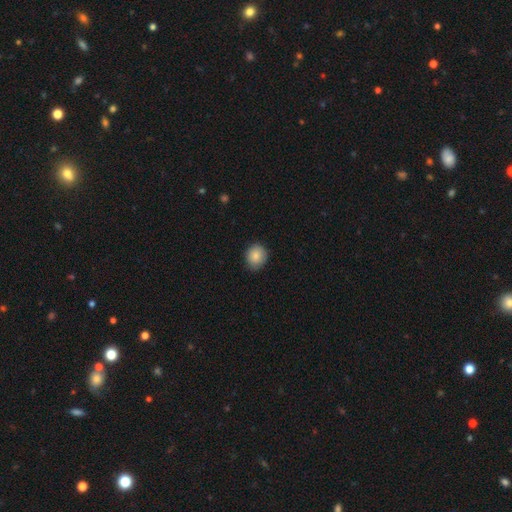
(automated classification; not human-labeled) smooth-or-featured: smooth: 86% | star or artifact: 8% | featured or disk: 6%
  how-rounded: round: 72% | in between: 27% | cigar-shaped: 1%
  merging: none: 84% | minor disturbance: 13% | major disturbance: 2% | merger: 1%